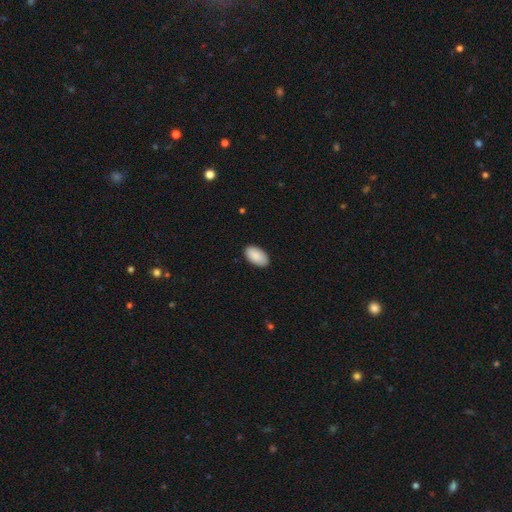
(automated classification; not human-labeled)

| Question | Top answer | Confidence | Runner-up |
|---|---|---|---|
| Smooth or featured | smooth | 90% | star or artifact (6%) |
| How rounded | in between | 96% | round (3%) |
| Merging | none | 88% | minor disturbance (9%) |